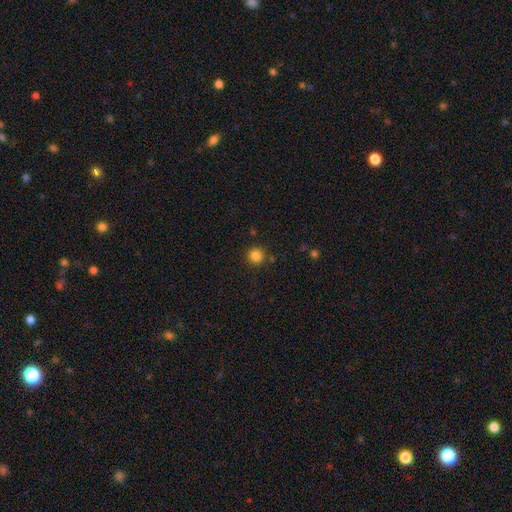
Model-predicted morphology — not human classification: type=smooth (83%); roundness=round (95%); merging=none (88%).